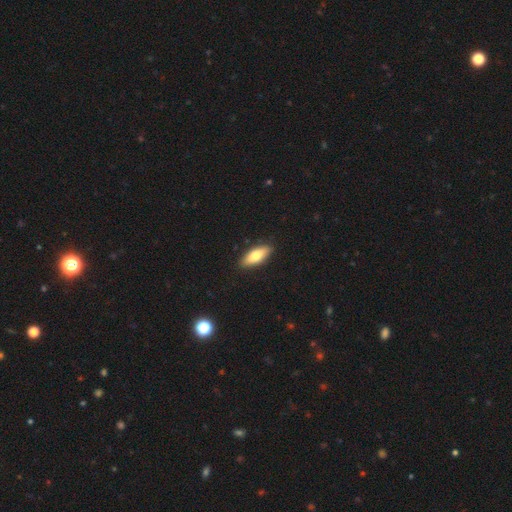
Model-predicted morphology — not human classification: smooth 75%, featured or disk 19%, star or artifact 6%. Down the decision tree: how rounded — in between (73%); merging — none (89%).